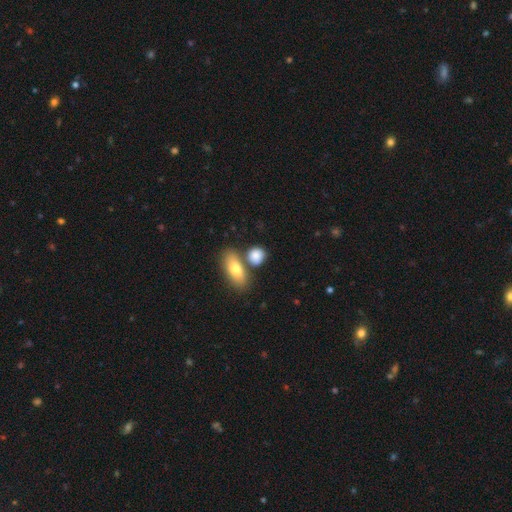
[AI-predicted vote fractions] smooth-or-featured: smooth: 83% | featured or disk: 9% | star or artifact: 7%
  how-rounded: round: 54% | in between: 40% | cigar-shaped: 5%
  merging: none: 60% | merger: 24% | minor disturbance: 12% | major disturbance: 4%